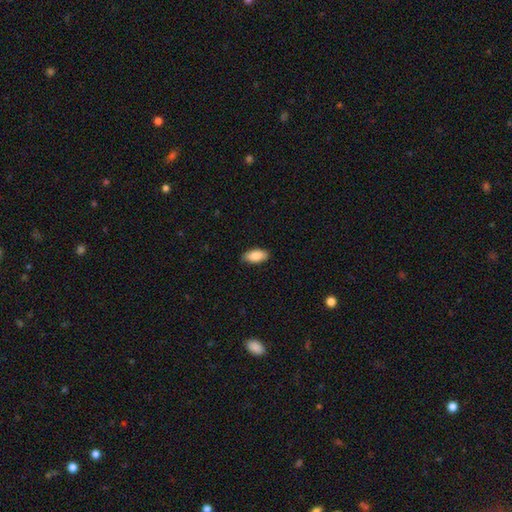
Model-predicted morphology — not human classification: smooth_or_featured: smooth (p=0.87) [alt: featured or disk p=0.07]
how_rounded: in between (p=0.91) [alt: cigar-shaped p=0.06]
merging: none (p=0.85) [alt: minor disturbance p=0.12]